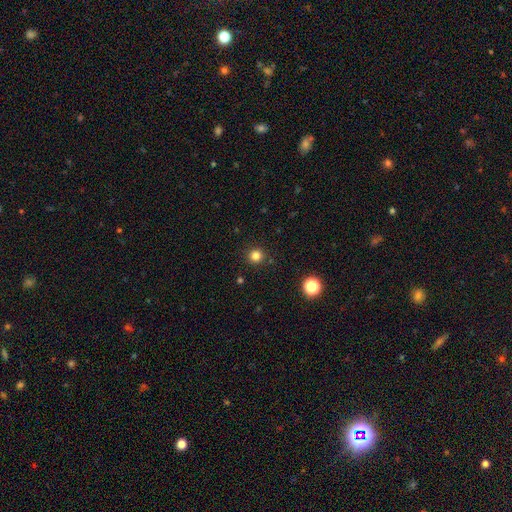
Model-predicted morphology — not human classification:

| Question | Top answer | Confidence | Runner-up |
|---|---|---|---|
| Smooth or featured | smooth | 82% | star or artifact (14%) |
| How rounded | round | 94% | in between (5%) |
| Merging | none | 91% | minor disturbance (6%) |